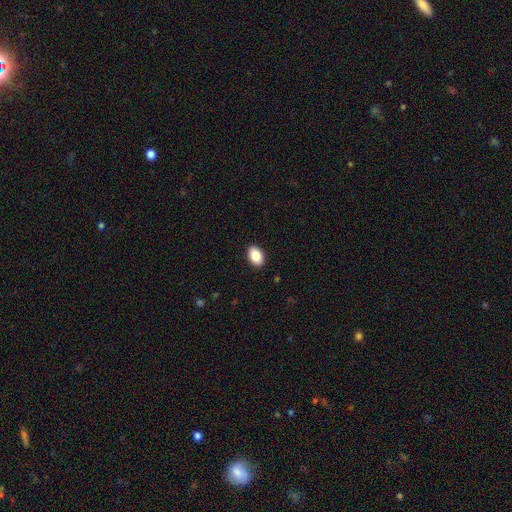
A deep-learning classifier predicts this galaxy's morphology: Q: Smooth or featured?
A: smooth (87%); runner-up: star or artifact (7%)
Q: How rounded?
A: in between (90%); runner-up: round (9%)
Q: Merging?
A: none (91%); runner-up: minor disturbance (7%)